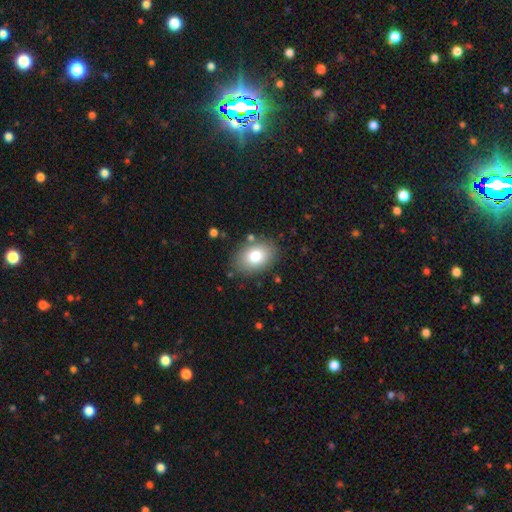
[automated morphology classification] Smooth or featured?
  - smooth: 79% *
  - featured or disk: 13%
  - star or artifact: 9%
How rounded?
  - in between: 81% *
  - round: 18%
  - cigar-shaped: 1%
Merging?
  - none: 83% *
  - minor disturbance: 11%
  - major disturbance: 3%
  - merger: 3%